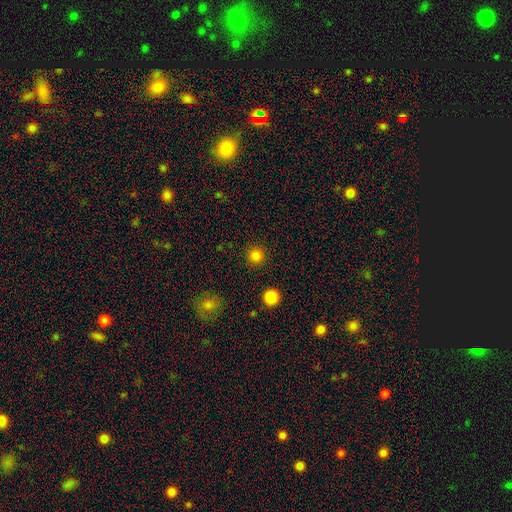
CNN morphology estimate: The model was most divided on "smooth or featured": smooth: 83%, star or artifact: 14%, featured or disk: 4%. More confident: how rounded — round (95%); merging — none (91%).